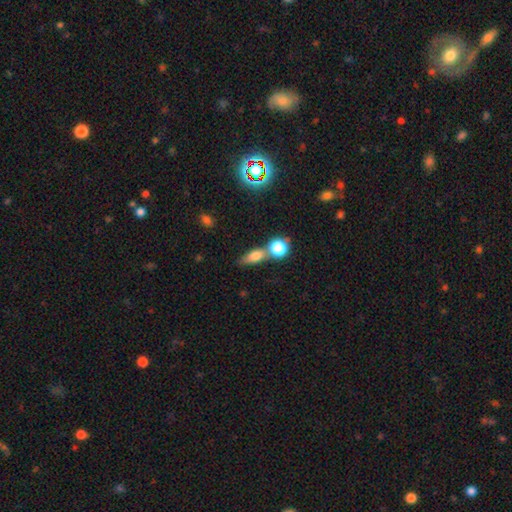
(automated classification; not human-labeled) smooth-or-featured: smooth: 66% | featured or disk: 19% | star or artifact: 15%
  how-rounded: in between: 50% | cigar-shaped: 27% | round: 23%
  merging: none: 50% | merger: 35% | minor disturbance: 11% | major disturbance: 5%